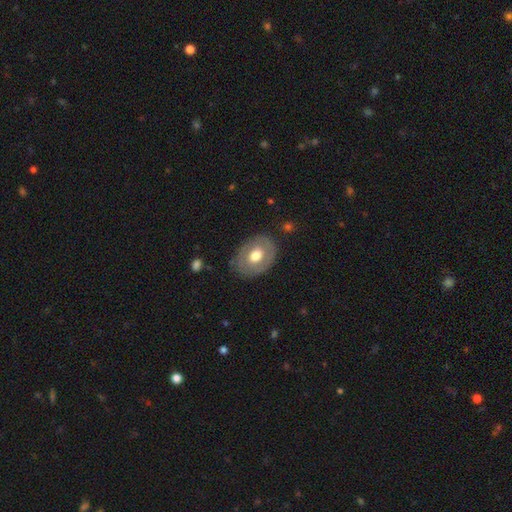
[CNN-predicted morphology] Smooth or featured?
  - smooth: 56% *
  - featured or disk: 38%
  - star or artifact: 6%
How rounded?
  - in between: 69% *
  - round: 30%
  - cigar-shaped: 1%
Merging?
  - none: 79% *
  - minor disturbance: 15%
  - major disturbance: 5%
  - merger: 1%